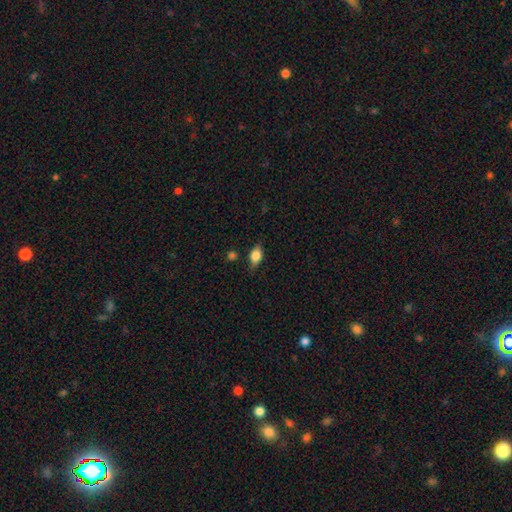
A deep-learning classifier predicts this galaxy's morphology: Overall: smooth (71%). How rounded: in between (78%). Merging: none (75%).